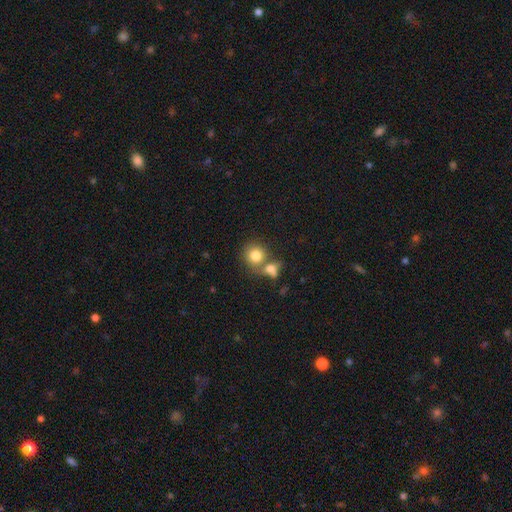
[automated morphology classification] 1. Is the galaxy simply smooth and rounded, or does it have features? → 81% smooth, 10% featured or disk, 9% star or artifact.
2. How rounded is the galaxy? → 83% round, 16% in between, 1% cigar-shaped.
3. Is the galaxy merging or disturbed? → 46% none, 40% merger, 9% minor disturbance, 4% major disturbance.